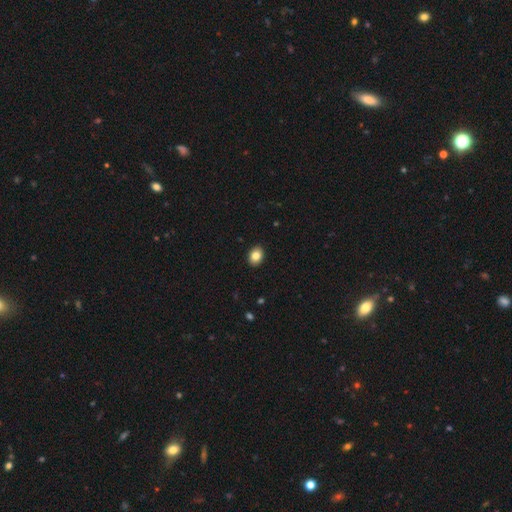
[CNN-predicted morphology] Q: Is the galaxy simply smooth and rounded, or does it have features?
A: smooth — 84%.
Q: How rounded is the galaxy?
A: in between — 67%.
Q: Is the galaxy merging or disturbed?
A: none — 91%.